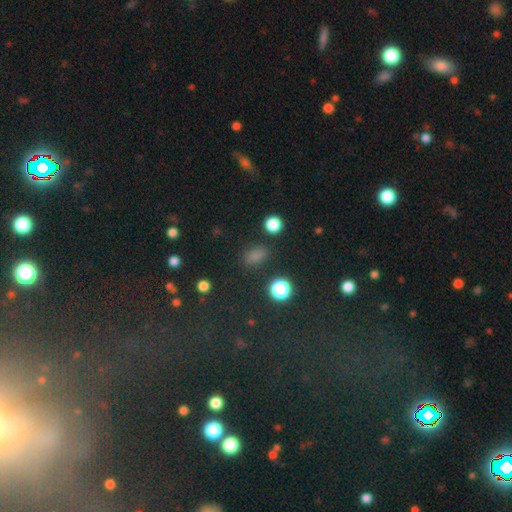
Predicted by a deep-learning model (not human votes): smooth 75%, star or artifact 20%, featured or disk 5%. Down the decision tree: how rounded — in between (77%); merging — none (84%).